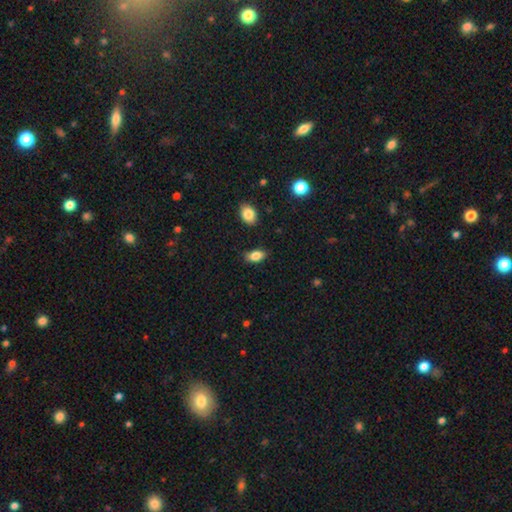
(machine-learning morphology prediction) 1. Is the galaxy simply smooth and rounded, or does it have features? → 83% smooth, 9% featured or disk, 8% star or artifact.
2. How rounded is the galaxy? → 89% in between, 6% round, 4% cigar-shaped.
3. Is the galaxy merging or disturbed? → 82% none, 13% minor disturbance, 3% major disturbance, 2% merger.